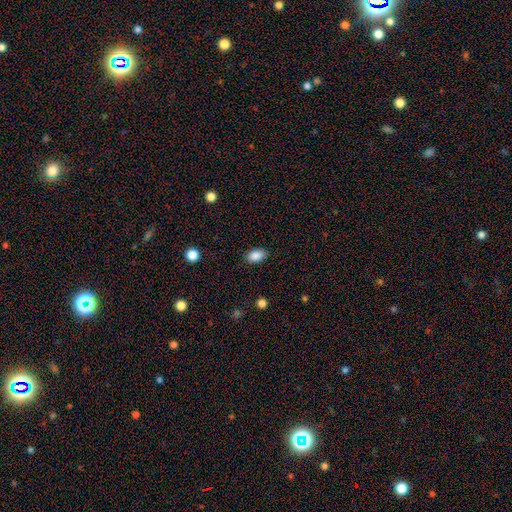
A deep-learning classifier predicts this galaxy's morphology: Smooth or featured: smooth — 88% (star or artifact — 8%)
How rounded: in between — 90% (round — 8%)
Merging: none — 86% (minor disturbance — 11%)